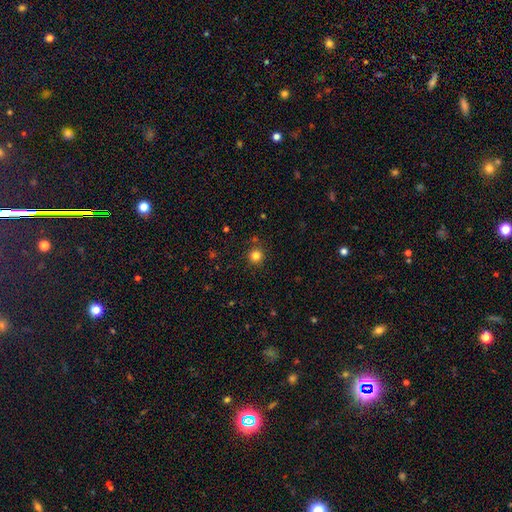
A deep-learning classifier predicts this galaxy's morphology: smooth-or-featured: smooth: 82% | star or artifact: 13% | featured or disk: 5%
  how-rounded: round: 94% | in between: 5% | cigar-shaped: 1%
  merging: none: 87% | minor disturbance: 8% | merger: 3% | major disturbance: 2%